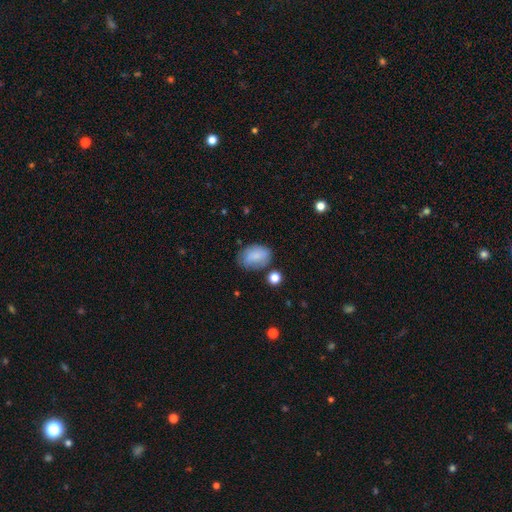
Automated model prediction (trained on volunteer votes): smooth-or-featured: smooth: 79% | featured or disk: 13% | star or artifact: 8%
  how-rounded: in between: 81% | round: 18% | cigar-shaped: 1%
  merging: none: 62% | minor disturbance: 25% | major disturbance: 8% | merger: 5%